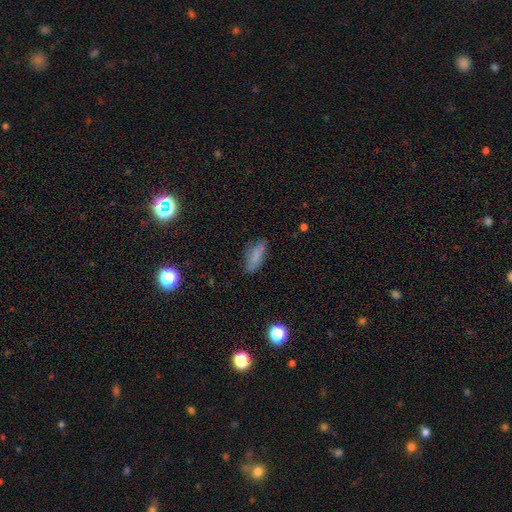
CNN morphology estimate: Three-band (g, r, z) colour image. It shows a smooth galaxy with no disk features (70%) that is in between round and cigar-shaped (75%). Merging: none (66%).